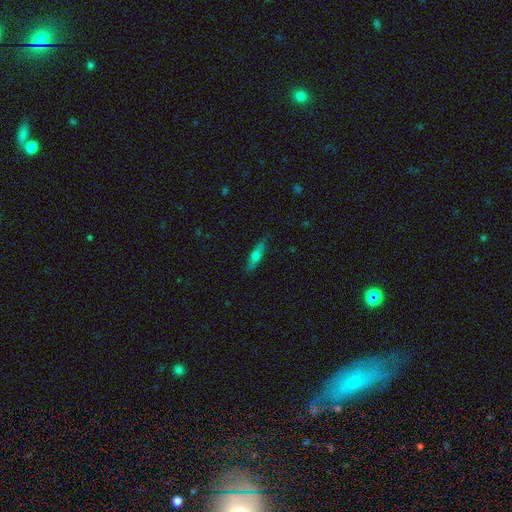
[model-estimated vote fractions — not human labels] smooth 58%, featured or disk 35%, star or artifact 6%. Down the decision tree: how rounded — cigar-shaped (64%); merging — none (84%).